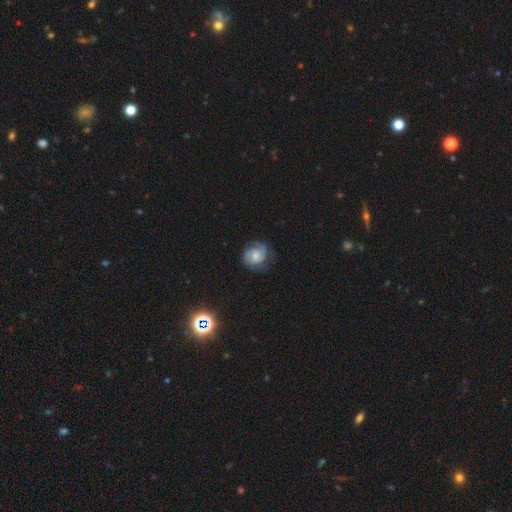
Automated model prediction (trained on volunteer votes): Q: Smooth or featured?
A: featured or disk (59%); runner-up: smooth (33%)
Q: Edge-on disk?
A: no (98%); runner-up: yes (2%)
Q: Bar?
A: no (70%); runner-up: weak (26%)
Q: Spiral arms?
A: yes (89%); runner-up: no (11%)
Q: Spiral winding?
A: tight (54%); runner-up: medium (35%)
Q: Spiral arm count?
A: 2 (41%); runner-up: can't tell (29%)
Q: Bulge size?
A: moderate (43%); runner-up: small (39%)
Q: Merging?
A: none (67%); runner-up: minor disturbance (22%)